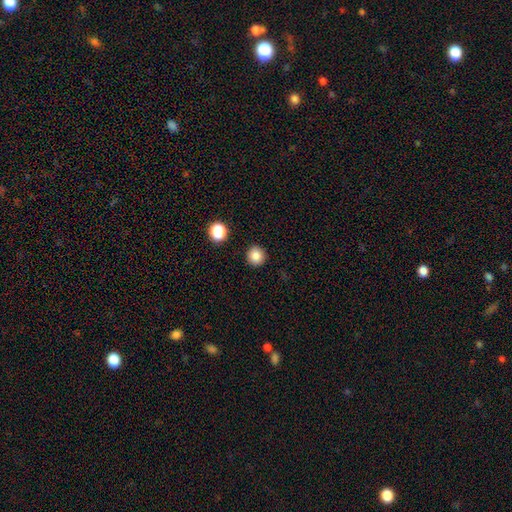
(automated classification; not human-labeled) smooth_or_featured: smooth (p=0.84) [alt: star or artifact p=0.11]
how_rounded: round (p=0.94) [alt: in between p=0.06]
merging: none (p=0.91) [alt: minor disturbance p=0.05]